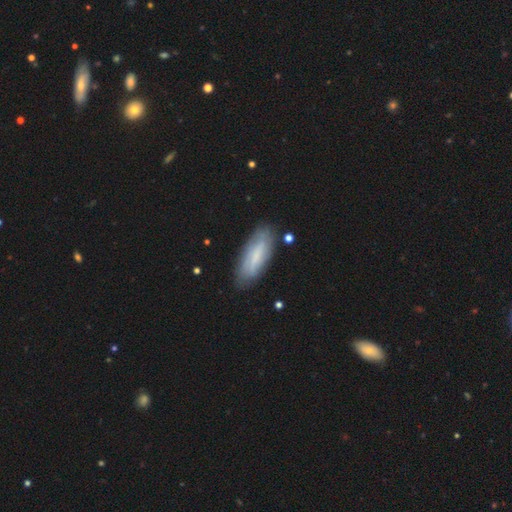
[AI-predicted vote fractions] Smooth or featured? Predicted: smooth (p=0.63). How rounded? Predicted: in between (p=0.62). Merging? Predicted: none (p=0.81).